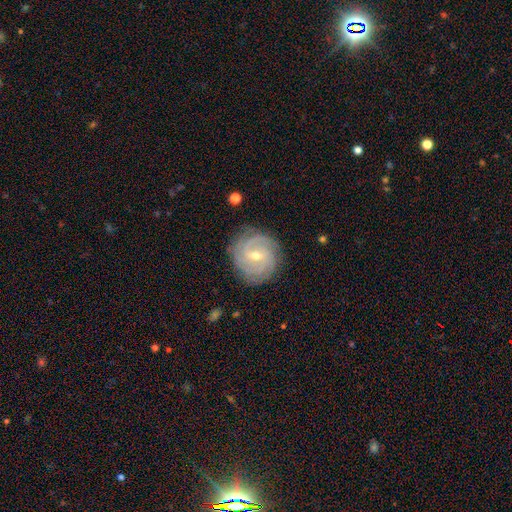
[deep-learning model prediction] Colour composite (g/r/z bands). It shows a featured or disk galaxy (86%) with a weak bar (53%), 3 (29%) tight (73%) spiral arms (97%) and a small central bulge (50%). Merging: none (84%).